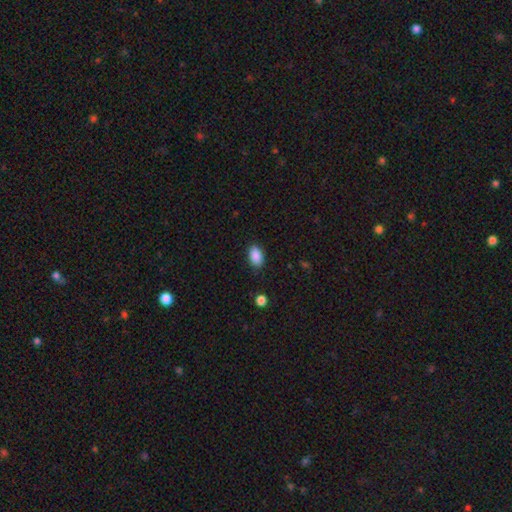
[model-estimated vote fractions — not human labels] Smooth or featured? smooth (89%)
How rounded? in between (91%)
Merging? none (86%)